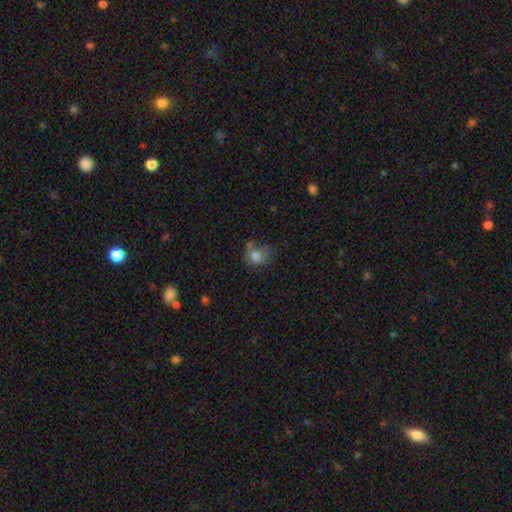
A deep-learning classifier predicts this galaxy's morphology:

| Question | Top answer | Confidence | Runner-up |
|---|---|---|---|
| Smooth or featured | smooth | 74% | featured or disk (15%) |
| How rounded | round | 58% | in between (41%) |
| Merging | none | 39% | minor disturbance (28%) |